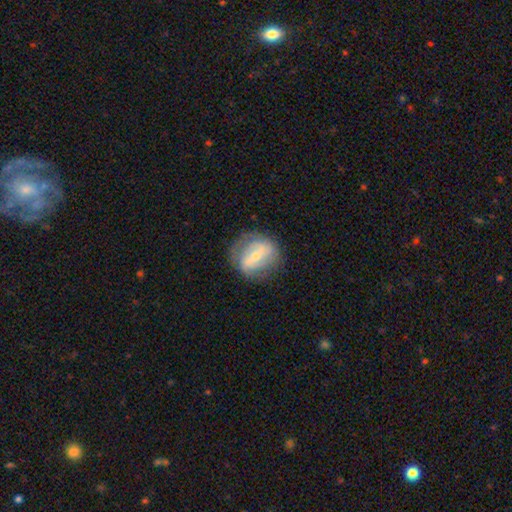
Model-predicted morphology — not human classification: A featured or disk galaxy (63%) with a strong bar (41%), spiral arms (68%) and a small central bulge (57%). Merging: none (71%).